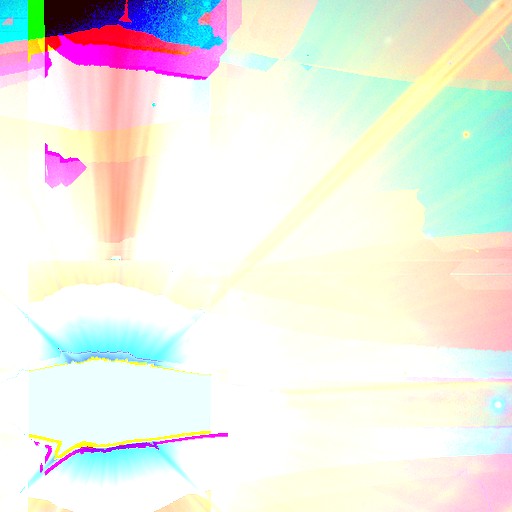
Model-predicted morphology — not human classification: This appears to be a star or artifact, not a galaxy (59%).